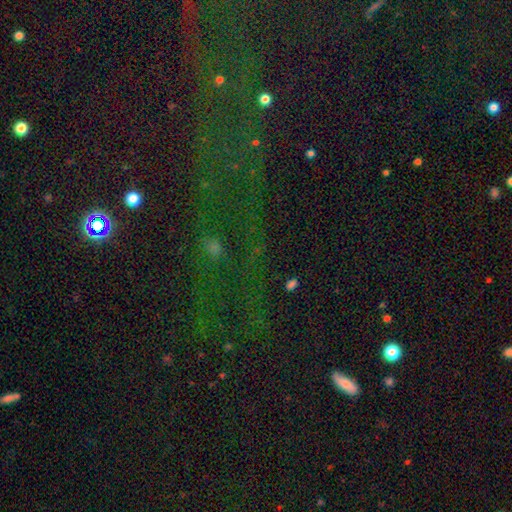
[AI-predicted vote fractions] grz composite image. It shows a star or artifact, not a galaxy (69%).